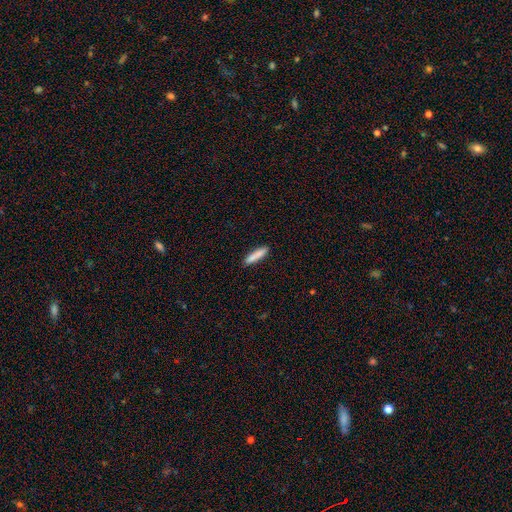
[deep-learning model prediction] smooth_or_featured: smooth (p=0.86) [alt: featured or disk p=0.08]
how_rounded: cigar-shaped (p=0.83) [alt: in between p=0.16]
merging: none (p=0.90) [alt: minor disturbance p=0.07]